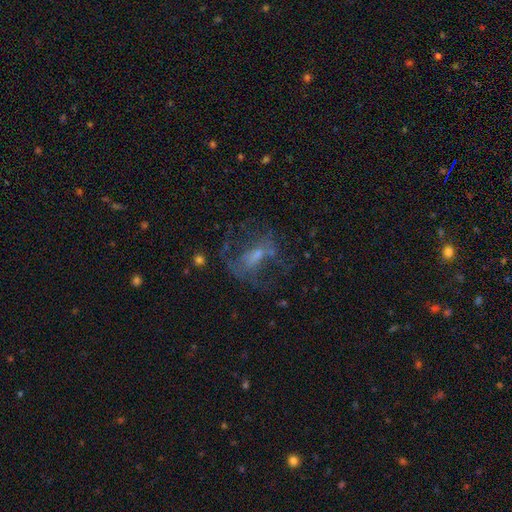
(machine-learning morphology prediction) This is likely a featured or disk galaxy (61%). It is clearly not viewed edge-on (95%). Bar: marginally no (43%). Spiral arm pattern: possibly yes (53%). Central bulge: marginally small (44%). Merging: possibly none (48%).